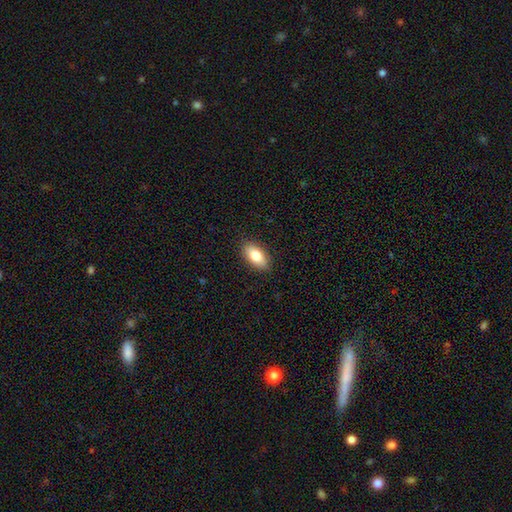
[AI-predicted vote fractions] Smooth or featured: smooth — 80% (featured or disk — 13%)
How rounded: in between — 91% (cigar-shaped — 5%)
Merging: none — 89% (minor disturbance — 8%)